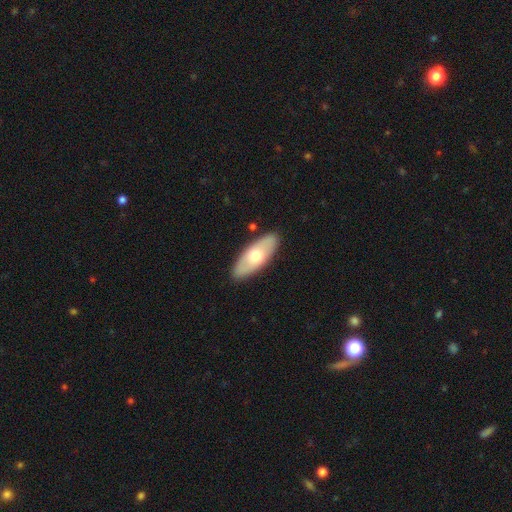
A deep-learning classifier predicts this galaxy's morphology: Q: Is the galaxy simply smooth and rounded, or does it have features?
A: smooth — 58%.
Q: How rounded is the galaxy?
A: in between — 80%.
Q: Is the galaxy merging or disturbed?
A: none — 89%.